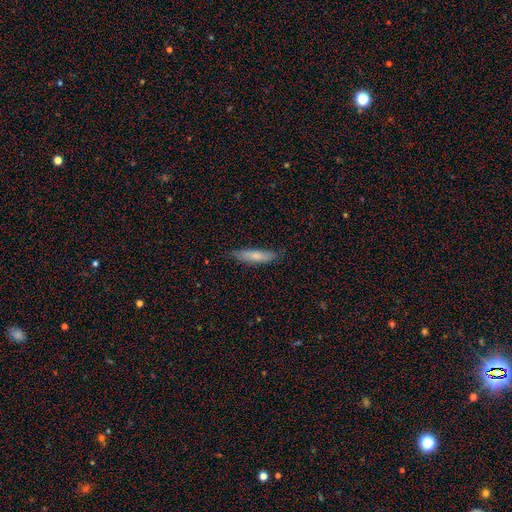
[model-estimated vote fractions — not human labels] Smooth or featured? Predicted: smooth (p=0.73). How rounded? Predicted: cigar-shaped (p=0.79). Merging? Predicted: none (p=0.78).